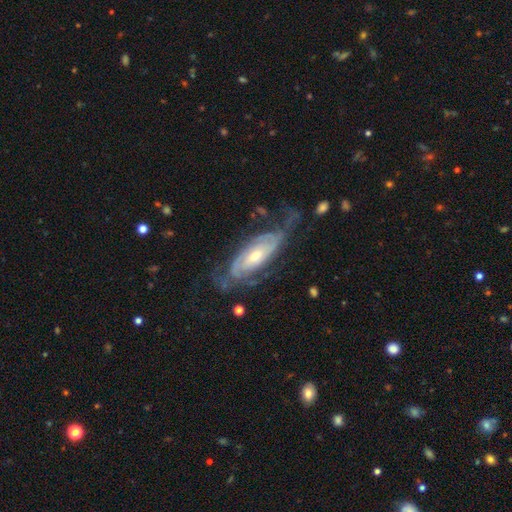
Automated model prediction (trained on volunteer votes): smooth-or-featured: featured or disk: 85% | smooth: 10% | star or artifact: 5%
  disk-edge-on: no: 89% | yes: 11%
    bar: no: 58% | weak: 30% | strong: 11%
    has-spiral-arms: yes: 93% | no: 7%
      spiral-winding: tight: 57% | medium: 32% | loose: 12%
      spiral-arm-count: 2: 45% | can't tell: 32% | 3: 11% | 4: 5% | 1: 4% | more than 4: 3%
    bulge-size: moderate: 53% | small: 42% | large: 4% | none: 1% | dominant: 1%
  merging: none: 57% | minor disturbance: 22% | major disturbance: 18% | merger: 2%